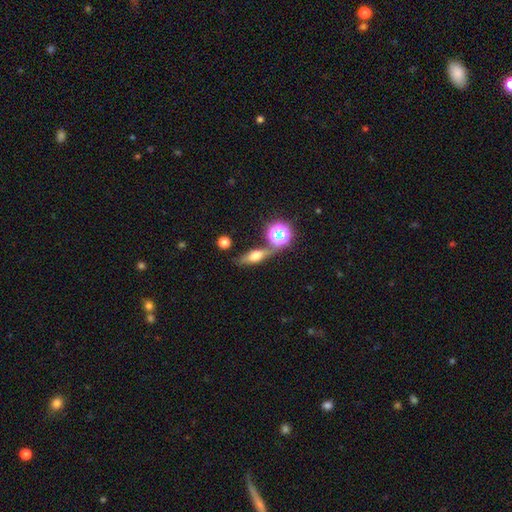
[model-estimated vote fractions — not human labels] Smooth or featured?
  - smooth: 43% *
  - featured or disk: 42%
  - star or artifact: 15%
Merging?
  - none: 68% *
  - merger: 14%
  - minor disturbance: 13%
  - major disturbance: 5%